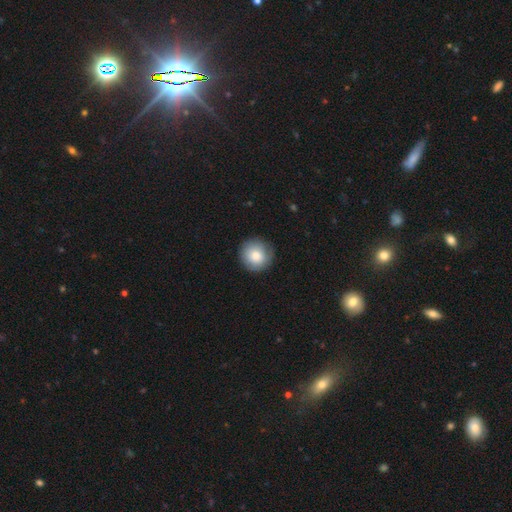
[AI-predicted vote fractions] Smooth or featured?
  - smooth: 80% *
  - featured or disk: 12%
  - star or artifact: 7%
How rounded?
  - round: 95% *
  - in between: 4%
  - cigar-shaped: 1%
Merging?
  - none: 85% *
  - minor disturbance: 11%
  - major disturbance: 3%
  - merger: 1%